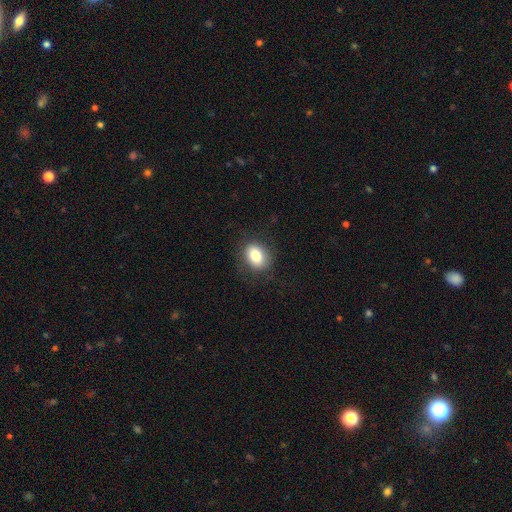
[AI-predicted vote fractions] Smooth or featured?
  - smooth: 82% *
  - featured or disk: 9%
  - star or artifact: 9%
How rounded?
  - in between: 67% *
  - round: 32%
  - cigar-shaped: 1%
Merging?
  - none: 83% *
  - minor disturbance: 12%
  - major disturbance: 4%
  - merger: 1%